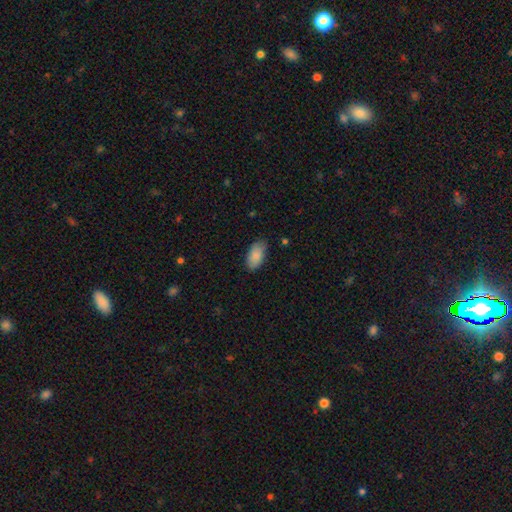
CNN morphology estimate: Smooth or featured?
  - smooth: 88% *
  - star or artifact: 6%
  - featured or disk: 6%
How rounded?
  - in between: 94% *
  - round: 3%
  - cigar-shaped: 3%
Merging?
  - none: 81% *
  - minor disturbance: 15%
  - major disturbance: 3%
  - merger: 1%